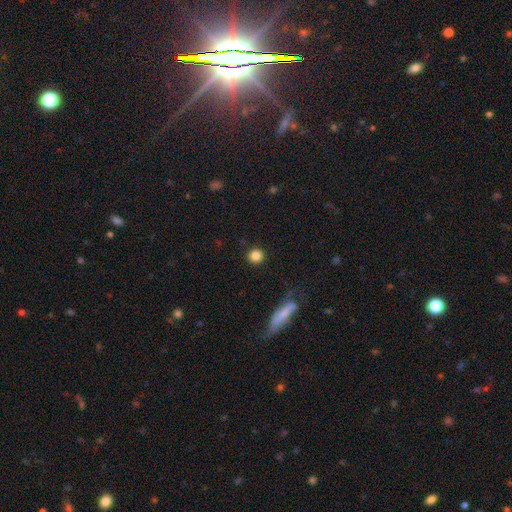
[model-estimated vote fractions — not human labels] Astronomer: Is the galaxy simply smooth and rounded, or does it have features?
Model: smooth — 84%.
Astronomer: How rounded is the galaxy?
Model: round — 94%.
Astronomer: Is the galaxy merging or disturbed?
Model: none — 91%.